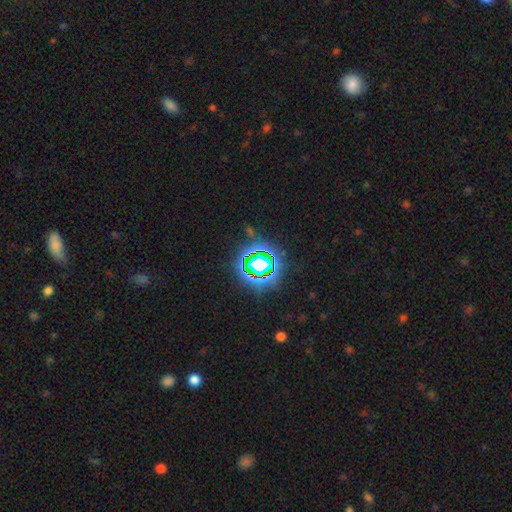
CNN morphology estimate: Smooth or featured? Predicted: star or artifact (p=0.78).